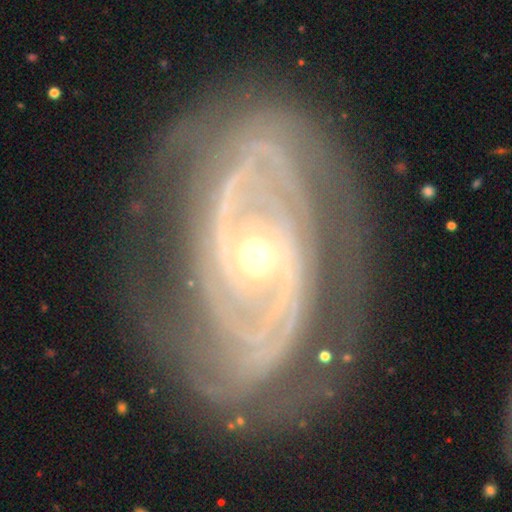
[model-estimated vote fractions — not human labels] This appears to be a featured or disk galaxy (89%) with no bar (56%), 2 (61%) tight (53%) spiral arms (95%) and a small central bulge (61%). Merging: none (71%).